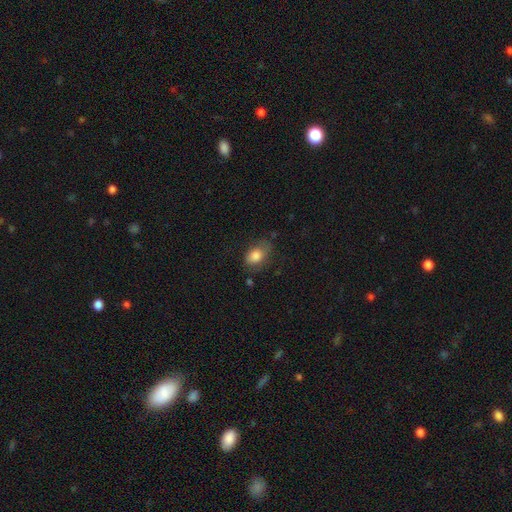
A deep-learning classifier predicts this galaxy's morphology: Smooth or featured: smooth — 81% (featured or disk — 11%)
How rounded: in between — 81% (round — 17%)
Merging: none — 59% (minor disturbance — 28%)